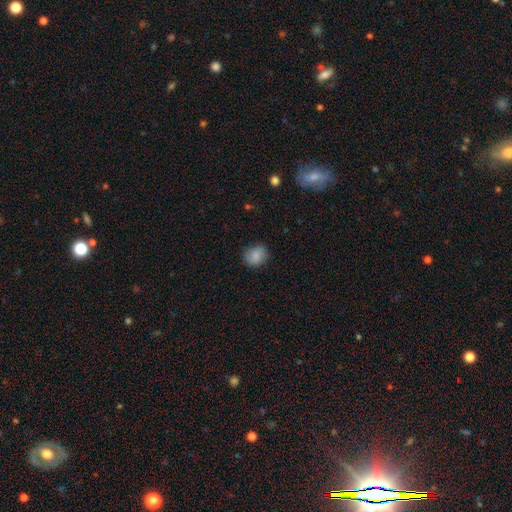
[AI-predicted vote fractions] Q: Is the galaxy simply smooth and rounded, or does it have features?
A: smooth — 86%.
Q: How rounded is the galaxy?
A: round — 71%.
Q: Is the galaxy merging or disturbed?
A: none — 83%.